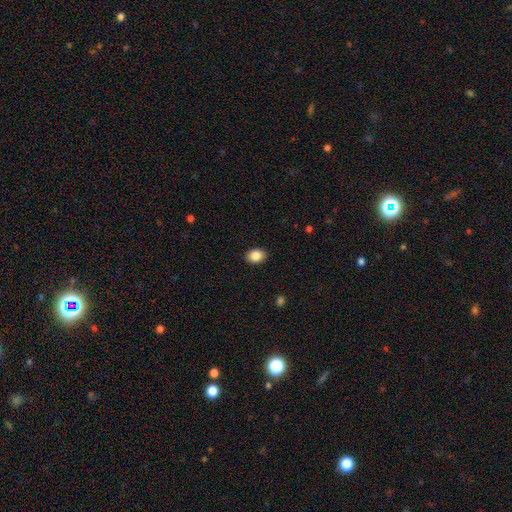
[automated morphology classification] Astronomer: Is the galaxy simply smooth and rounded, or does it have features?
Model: smooth — 86%.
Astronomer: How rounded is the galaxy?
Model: in between — 69%.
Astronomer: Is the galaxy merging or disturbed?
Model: none — 90%.